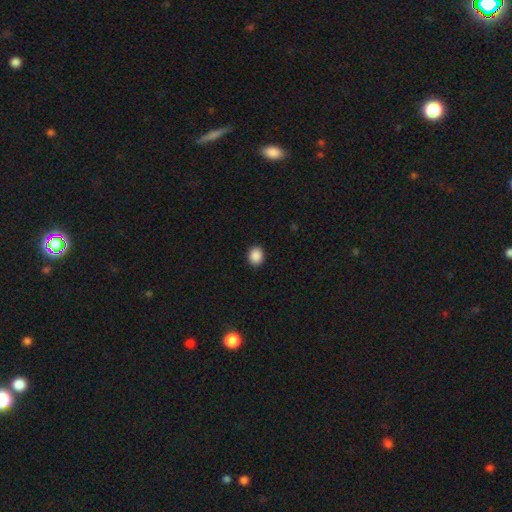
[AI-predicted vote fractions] Smooth or featured: smooth — 89% (star or artifact — 9%)
How rounded: round — 65% (in between — 34%)
Merging: none — 91% (minor disturbance — 6%)